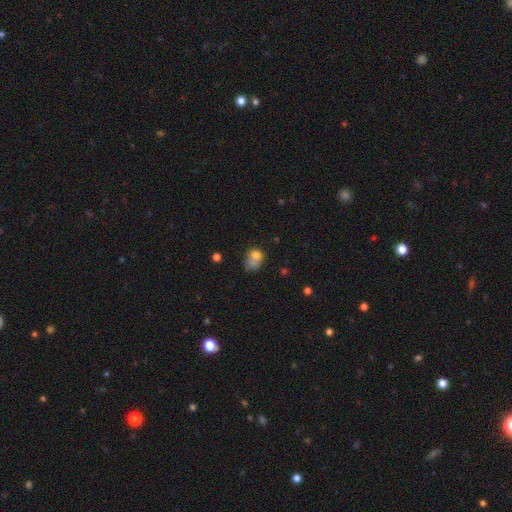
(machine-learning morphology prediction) A smooth galaxy with no disk features (71%) that is in between round and cigar-shaped (54%).

Vote fractions:
- Smooth or featured? smooth: 71% / featured or disk: 17% / star or artifact: 13%
- How rounded? in between: 54% / round: 44% / cigar-shaped: 1%
- Merging? none: 28% / merger: 25% / major disturbance: 24% / minor disturbance: 23%